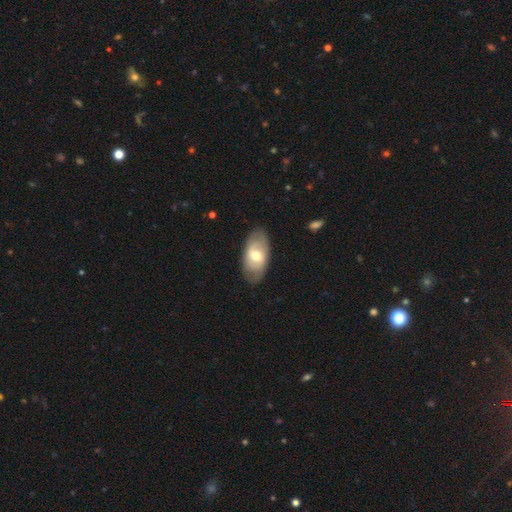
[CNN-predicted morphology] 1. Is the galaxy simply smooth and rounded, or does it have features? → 53% smooth, 42% featured or disk, 6% star or artifact.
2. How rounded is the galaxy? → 92% in between, 4% round, 3% cigar-shaped.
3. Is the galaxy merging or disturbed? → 82% none, 13% minor disturbance, 3% major disturbance, 1% merger.